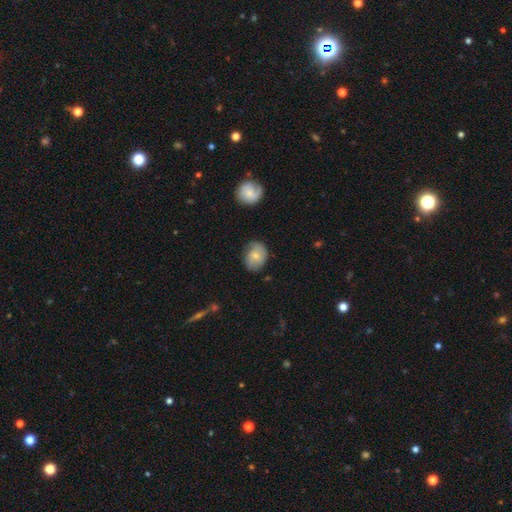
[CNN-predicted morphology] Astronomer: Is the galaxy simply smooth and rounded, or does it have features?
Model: smooth — 60%.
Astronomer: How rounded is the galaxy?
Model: in between — 54% (runner-up: round, 44%).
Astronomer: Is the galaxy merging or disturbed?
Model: none — 64%.